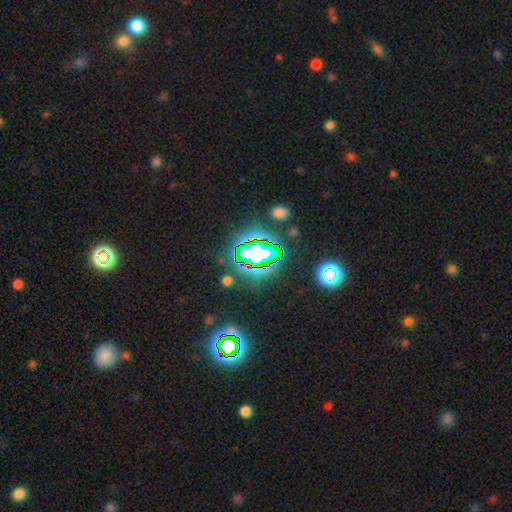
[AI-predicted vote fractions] This is likely a star or artifact rather than a galaxy (79%).